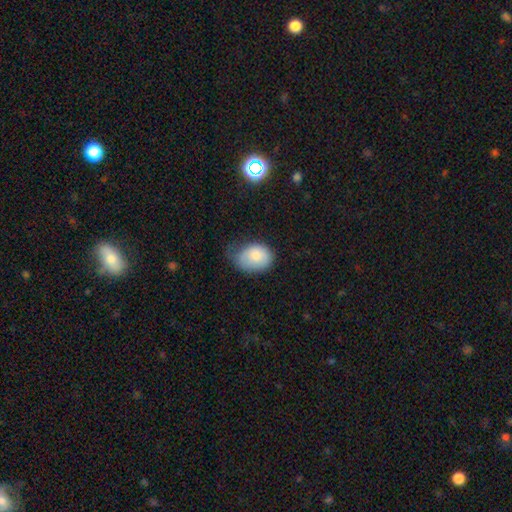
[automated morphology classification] smooth_or_featured: smooth (p=0.81) [alt: featured or disk p=0.12]
how_rounded: in between (p=0.67) [alt: round p=0.32]
merging: minor disturbance (p=0.45) [alt: none p=0.33]